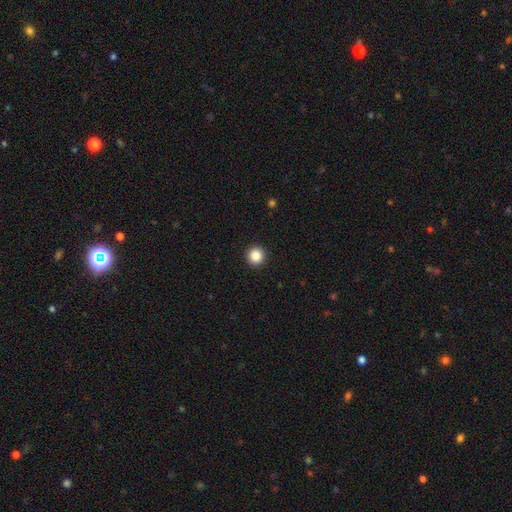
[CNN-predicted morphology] smooth_or_featured: smooth (p=0.86) [alt: star or artifact p=0.10]
how_rounded: round (p=0.95) [alt: in between p=0.04]
merging: none (p=0.93) [alt: minor disturbance p=0.04]